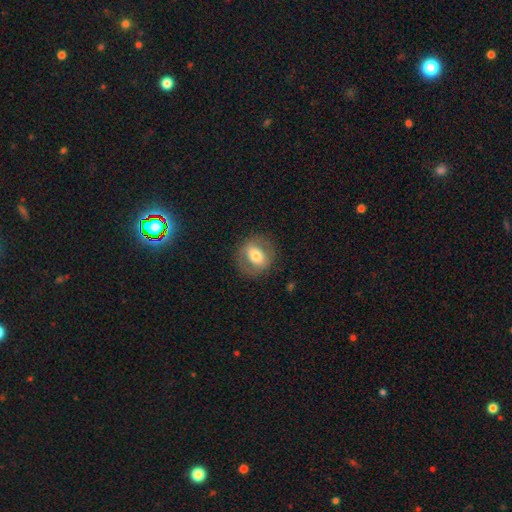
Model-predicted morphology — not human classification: smooth 55%, featured or disk 37%, star or artifact 8%. Down the decision tree: how rounded — round (63%); merging — none (80%).